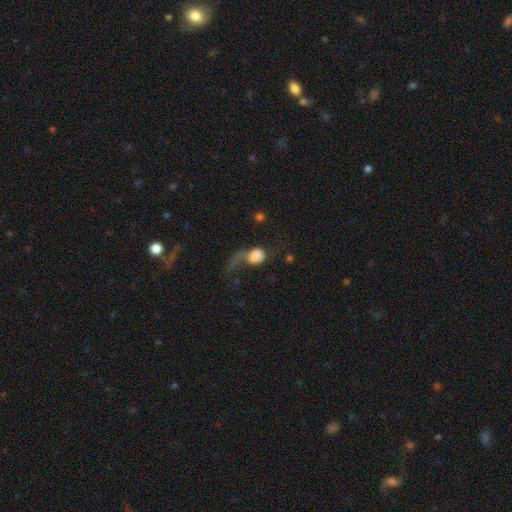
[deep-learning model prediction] Morphology: type=smooth (67%); roundness=round (55%); merging=major disturbance (59%).